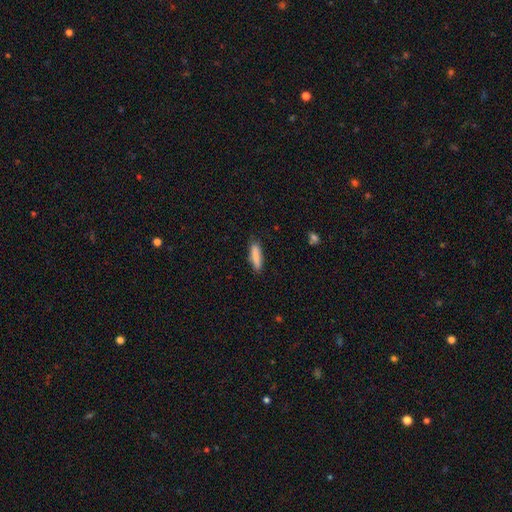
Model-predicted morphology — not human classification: type=smooth (86%); roundness=cigar-shaped (71%); merging=none (83%).